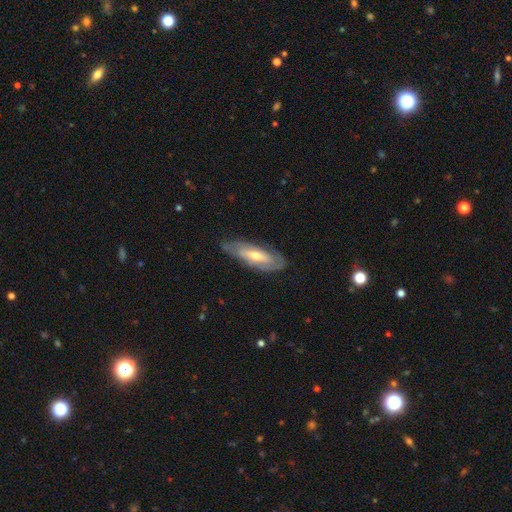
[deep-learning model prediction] Q: Smooth or featured?
A: featured or disk (61%); runner-up: smooth (33%)
Q: Edge-on disk?
A: no (74%); runner-up: yes (26%)
Q: Merging?
A: none (74%); runner-up: minor disturbance (20%)